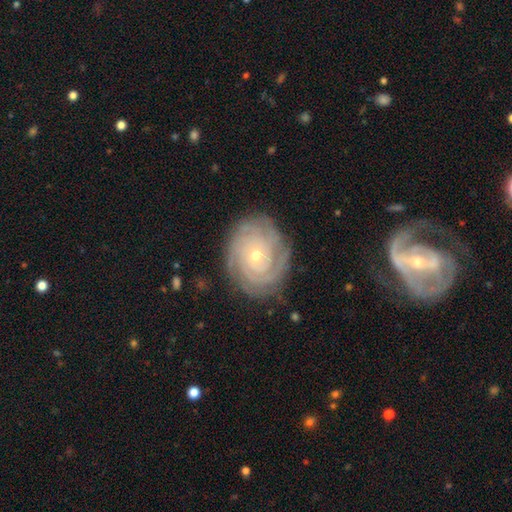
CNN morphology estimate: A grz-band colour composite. It shows a featured or disk galaxy (87%) with no bar (81%), tight (86%) spiral arms (97%) and a small central bulge (63%). Merging: none (82%).